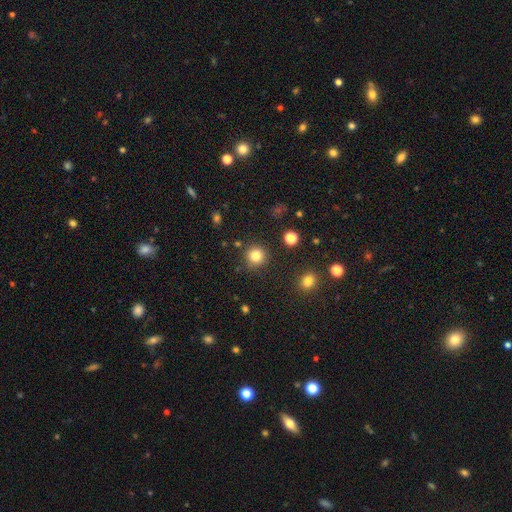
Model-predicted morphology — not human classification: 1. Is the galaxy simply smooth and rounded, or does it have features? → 82% smooth, 12% star or artifact, 6% featured or disk.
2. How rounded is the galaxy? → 93% round, 6% in between, 1% cigar-shaped.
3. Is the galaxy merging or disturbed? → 88% none, 7% minor disturbance, 3% merger, 3% major disturbance.